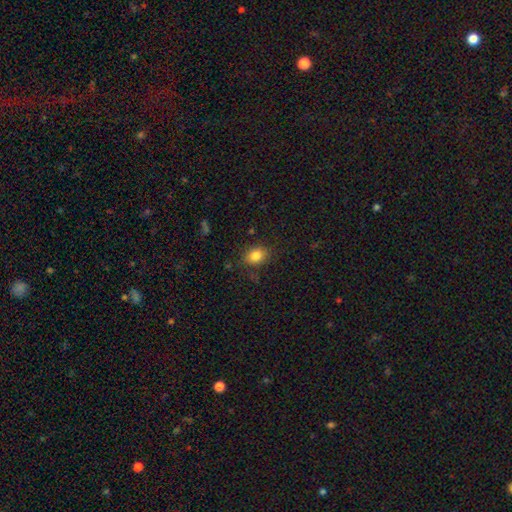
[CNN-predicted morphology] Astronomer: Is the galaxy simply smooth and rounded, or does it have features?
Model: smooth — 83%.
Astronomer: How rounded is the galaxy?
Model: in between — 54% (runner-up: round, 45%).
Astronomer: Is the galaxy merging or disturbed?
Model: none — 81%.